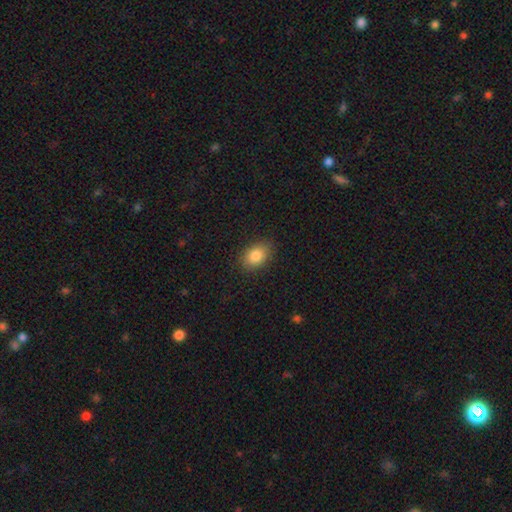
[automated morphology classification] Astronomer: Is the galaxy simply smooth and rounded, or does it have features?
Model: smooth — 84%.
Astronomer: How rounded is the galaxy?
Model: in between — 82%.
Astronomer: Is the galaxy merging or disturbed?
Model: none — 87%.